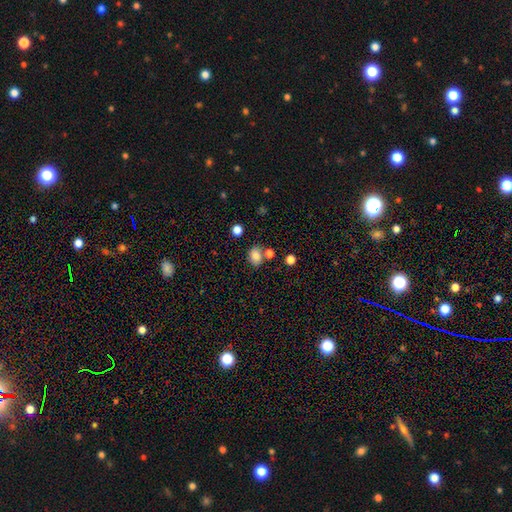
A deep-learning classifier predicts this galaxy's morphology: This appears to be a smooth galaxy with no disk features (82%) that is in between round and cigar-shaped (63%). Merging: none (67%).